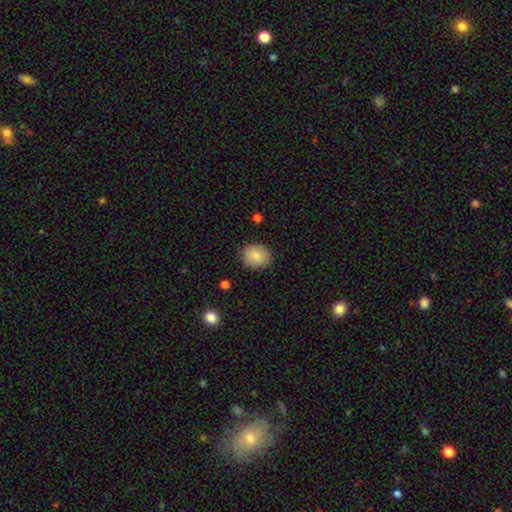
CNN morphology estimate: Smooth or featured: smooth — 83% (featured or disk — 9%)
How rounded: round — 66% (in between — 33%)
Merging: none — 87% (minor disturbance — 9%)